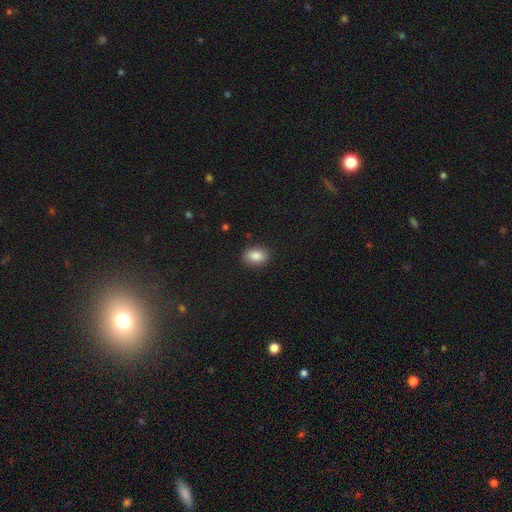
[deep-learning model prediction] Q: Smooth or featured?
A: smooth (87%); runner-up: star or artifact (8%)
Q: How rounded?
A: in between (80%); runner-up: round (19%)
Q: Merging?
A: none (88%); runner-up: minor disturbance (9%)